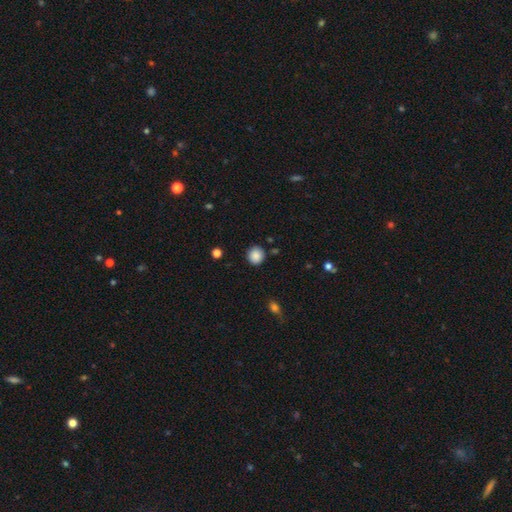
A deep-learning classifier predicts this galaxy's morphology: smooth-or-featured: smooth: 88% | star or artifact: 9% | featured or disk: 3%
  how-rounded: round: 90% | in between: 9% | cigar-shaped: 1%
  merging: none: 89% | minor disturbance: 7% | major disturbance: 2% | merger: 2%